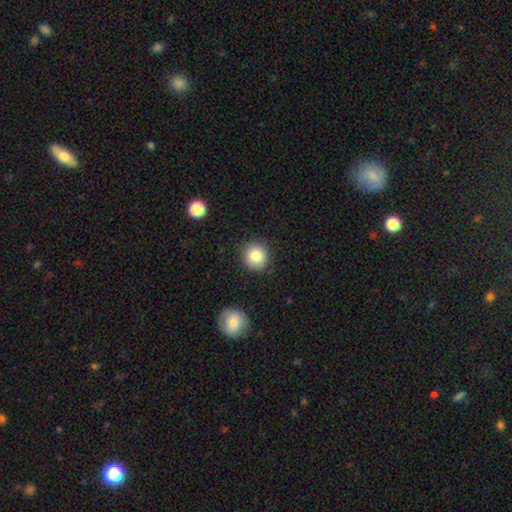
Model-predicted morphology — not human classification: Smooth or featured? smooth (83%)
How rounded? round (90%)
Merging? none (86%)